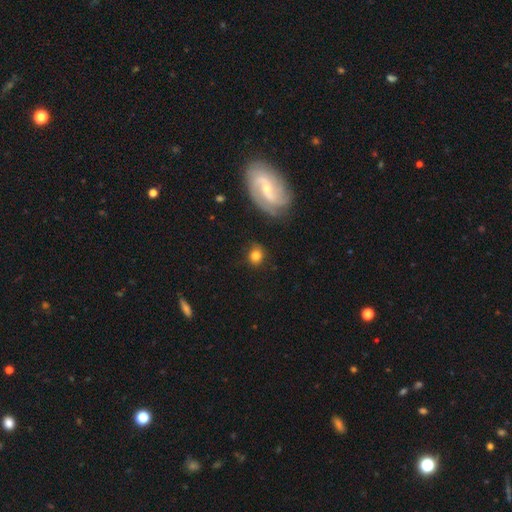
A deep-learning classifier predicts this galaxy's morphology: smooth_or_featured: smooth (p=0.75) [alt: featured or disk p=0.16]
how_rounded: round (p=0.78) [alt: in between p=0.21]
merging: none (p=0.79) [alt: minor disturbance p=0.13]